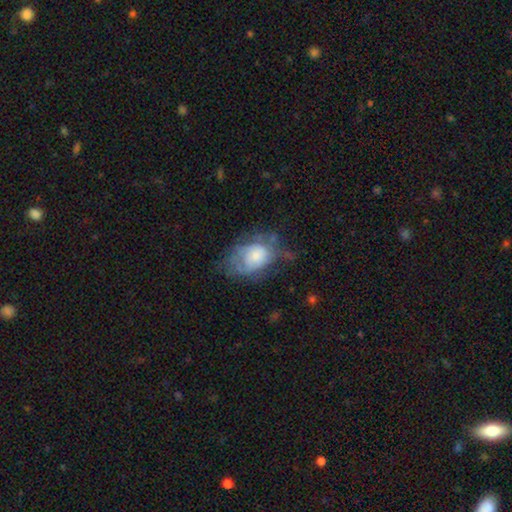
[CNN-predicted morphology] Smooth or featured: featured or disk — 47% (smooth — 44%)
Merging: none — 35% (major disturbance — 33%)